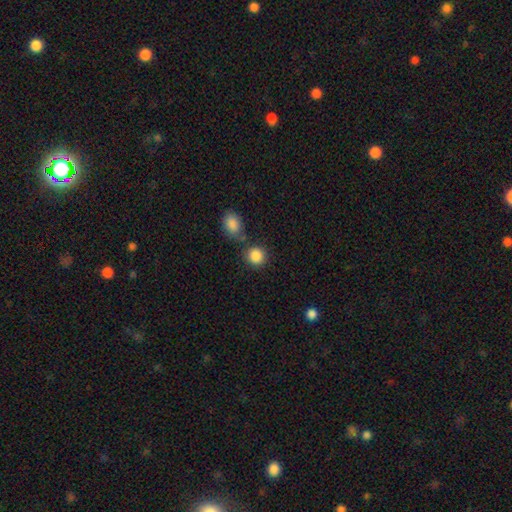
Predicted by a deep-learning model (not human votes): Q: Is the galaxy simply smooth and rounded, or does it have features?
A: smooth — 87%.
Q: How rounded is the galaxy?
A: round — 86%.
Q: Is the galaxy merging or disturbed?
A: none — 72%.